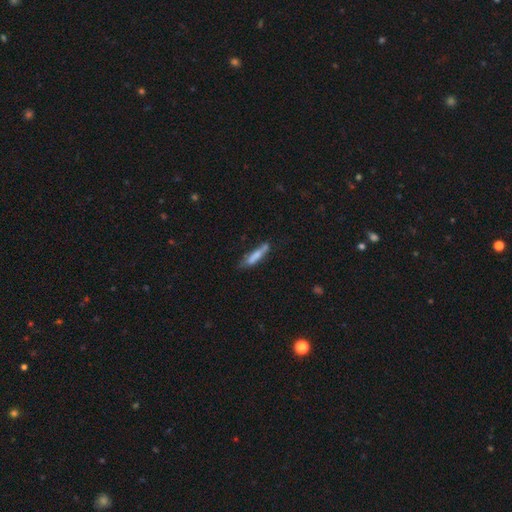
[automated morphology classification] smooth 67%, featured or disk 26%, star or artifact 7%. Down the decision tree: how rounded — cigar-shaped (83%); merging — none (57%).